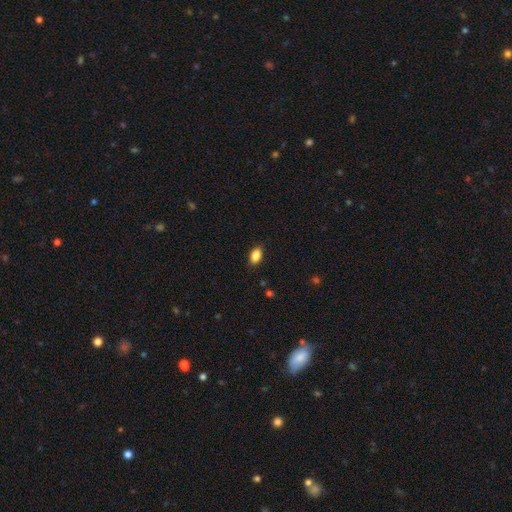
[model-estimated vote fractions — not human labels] Overall: smooth (86%). How rounded: in between (90%). Merging: none (87%).